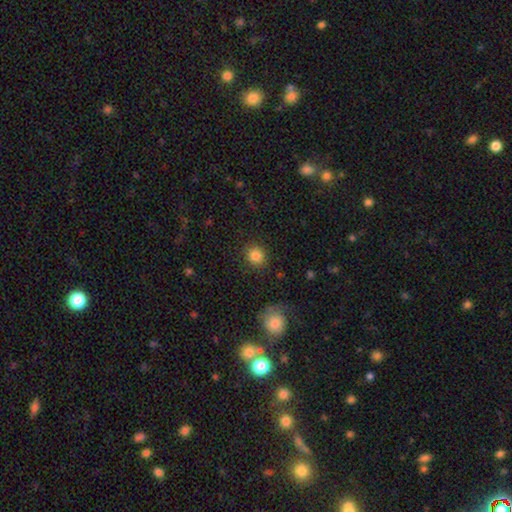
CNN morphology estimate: Q: Smooth or featured?
A: smooth (85%); runner-up: star or artifact (10%)
Q: How rounded?
A: round (86%); runner-up: in between (13%)
Q: Merging?
A: none (89%); runner-up: minor disturbance (7%)